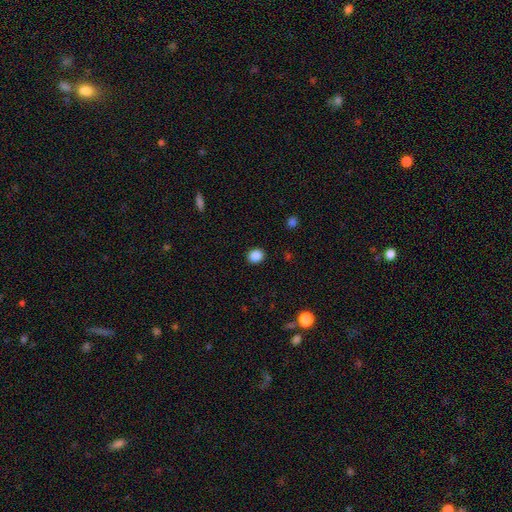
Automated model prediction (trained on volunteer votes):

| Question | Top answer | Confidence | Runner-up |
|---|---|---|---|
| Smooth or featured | smooth | 88% | star or artifact (10%) |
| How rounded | round | 68% | in between (31%) |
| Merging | none | 91% | minor disturbance (6%) |